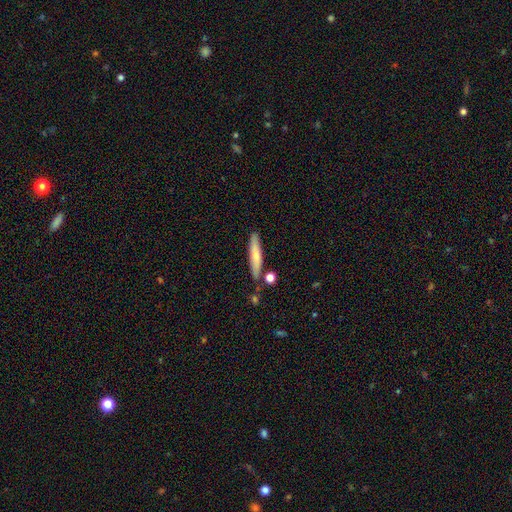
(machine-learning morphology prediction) A smooth galaxy with no disk features (69%) that is cigar-shaped (89%). Merging: none (80%).